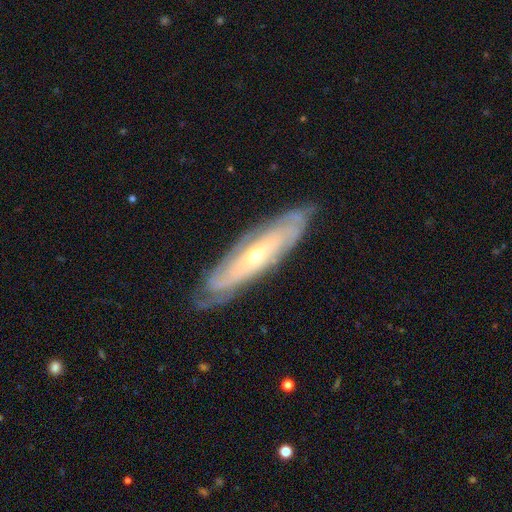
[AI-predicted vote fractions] featured or disk 81%, smooth 13%, star or artifact 6%. Down the decision tree: edge-on disk — no (72%); bar — no (67%); spiral arms — yes (90%); spiral arm count — can't tell (58%); spiral winding — tight (75%); bulge size — small (64%); merging — none (80%).